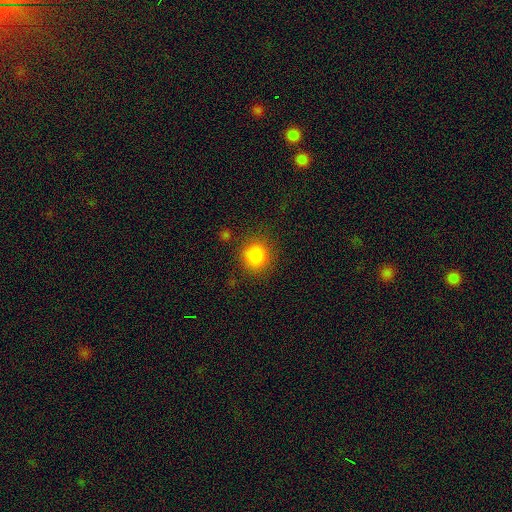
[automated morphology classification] The model was most divided on "merging": none: 82%, minor disturbance: 10%, major disturbance: 4%, merger: 3%. More confident: how rounded — round (88%); smooth or featured — smooth (84%).